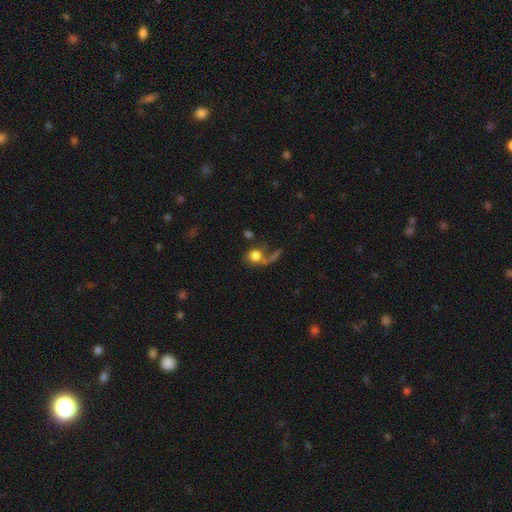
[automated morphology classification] A smooth galaxy with no disk features (68%) that is round (73%). Merging: none (33%).